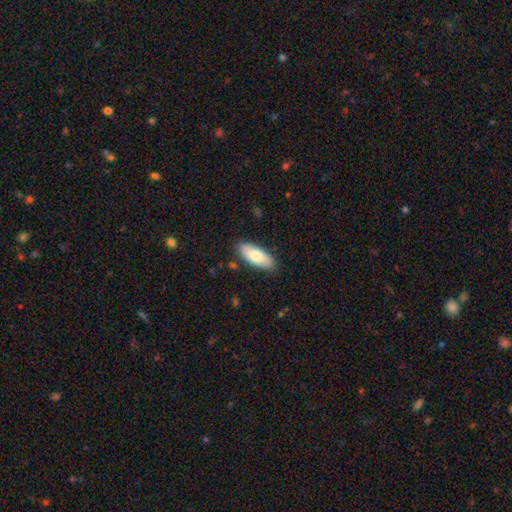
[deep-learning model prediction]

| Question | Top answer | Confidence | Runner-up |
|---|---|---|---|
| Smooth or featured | smooth | 80% | featured or disk (14%) |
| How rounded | in between | 80% | cigar-shaped (18%) |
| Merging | none | 85% | minor disturbance (12%) |